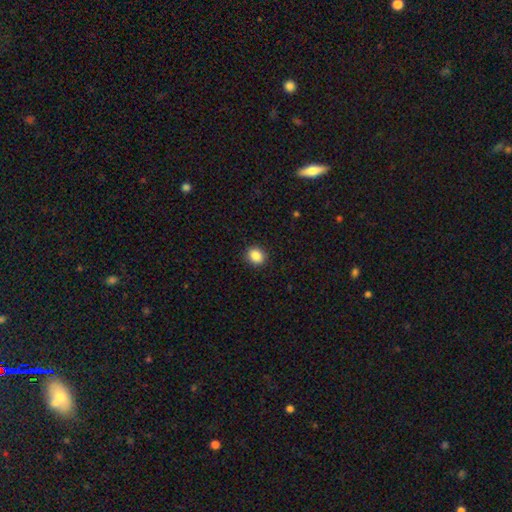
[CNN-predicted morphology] Q: Smooth or featured?
A: smooth (87%); runner-up: star or artifact (9%)
Q: How rounded?
A: round (67%); runner-up: in between (32%)
Q: Merging?
A: none (90%); runner-up: minor disturbance (7%)